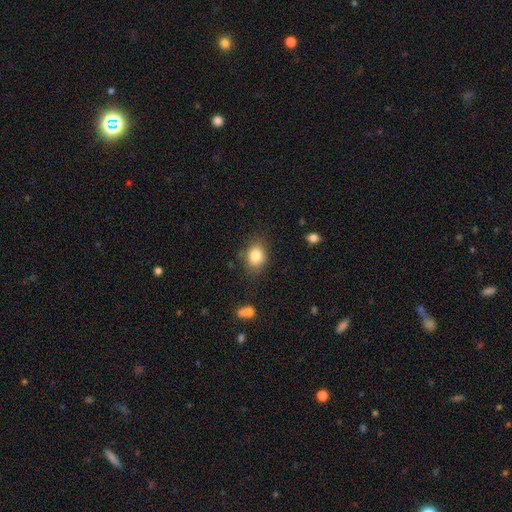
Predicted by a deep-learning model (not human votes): smooth 83%, star or artifact 9%, featured or disk 8%. Down the decision tree: how rounded — in between (53%); merging — none (77%).